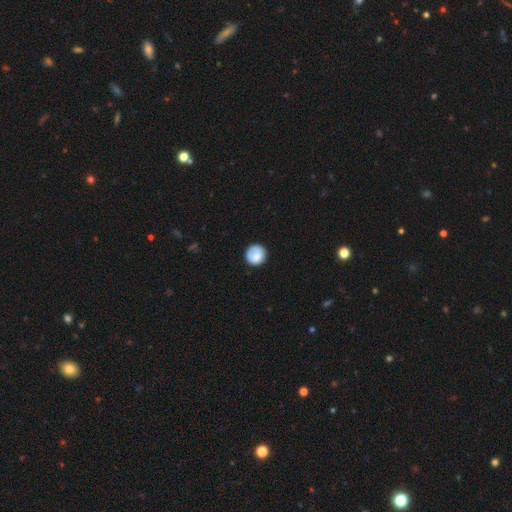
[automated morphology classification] This appears to be a smooth galaxy with no disk features (81%) that is round (92%). Merging: none (79%).